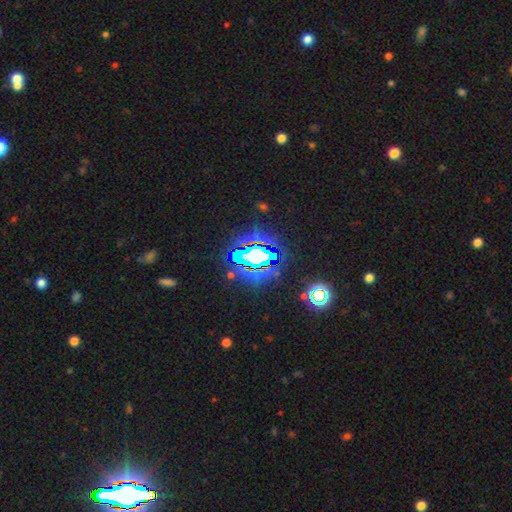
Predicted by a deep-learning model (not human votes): Smooth or featured: star or artifact — 72% (smooth — 15%)